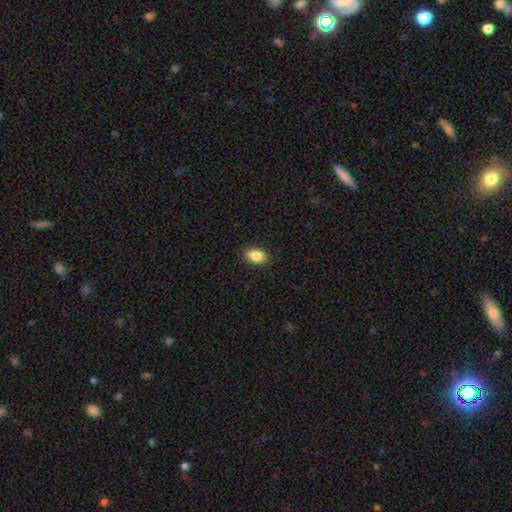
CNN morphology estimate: smooth_or_featured: smooth (p=0.87) [alt: star or artifact p=0.08]
how_rounded: in between (p=0.84) [alt: round p=0.14]
merging: none (p=0.89) [alt: minor disturbance p=0.08]